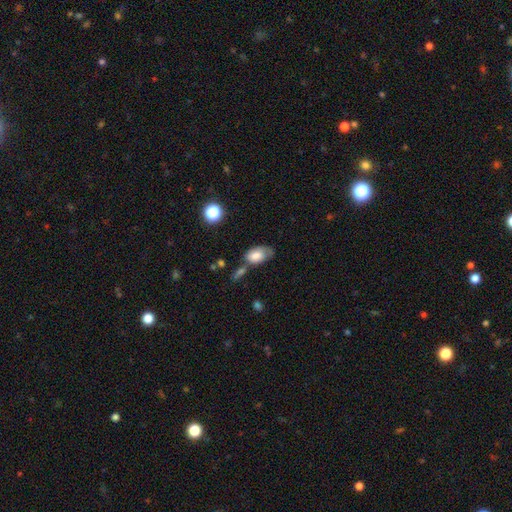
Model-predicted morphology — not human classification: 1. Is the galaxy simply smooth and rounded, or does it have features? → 73% smooth, 19% featured or disk, 8% star or artifact.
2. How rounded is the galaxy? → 90% in between, 8% round, 2% cigar-shaped.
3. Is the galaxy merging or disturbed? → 42% none, 29% minor disturbance, 16% merger, 13% major disturbance.